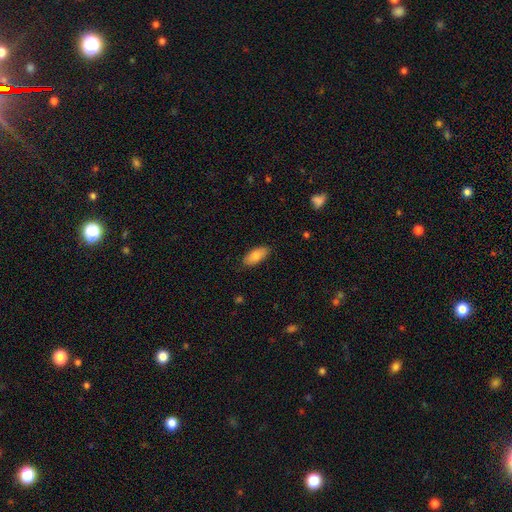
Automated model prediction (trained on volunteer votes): Smooth or featured? Predicted: smooth (p=0.82). How rounded? Predicted: in between (p=0.86). Merging? Predicted: none (p=0.86).